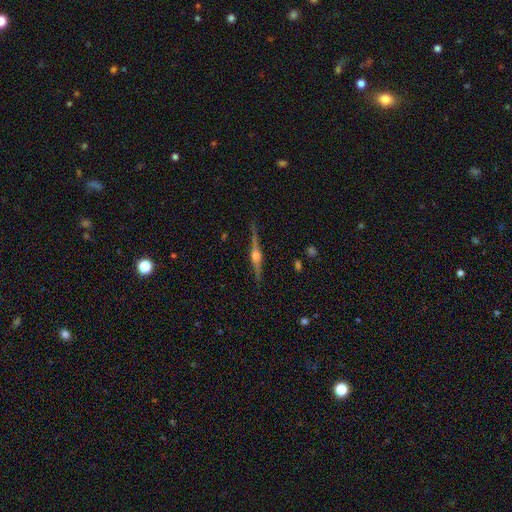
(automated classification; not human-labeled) featured or disk 84%, smooth 10%, star or artifact 6%. Down the decision tree: edge-on disk — yes (98%); edge-on bulge — rounded (93%); merging — none (88%).